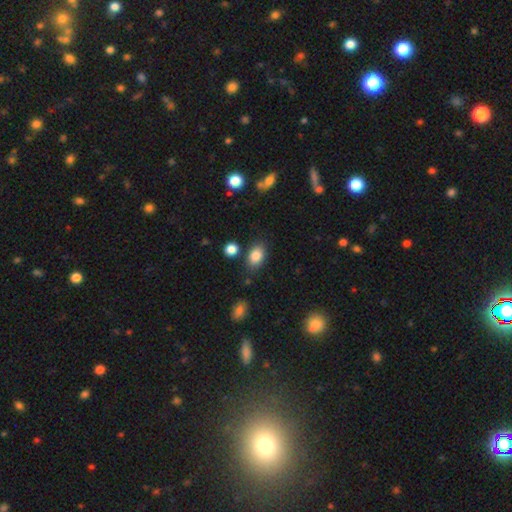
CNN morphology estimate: Smooth or featured: smooth — 85% (star or artifact — 9%)
How rounded: in between — 81% (round — 18%)
Merging: none — 79% (minor disturbance — 12%)